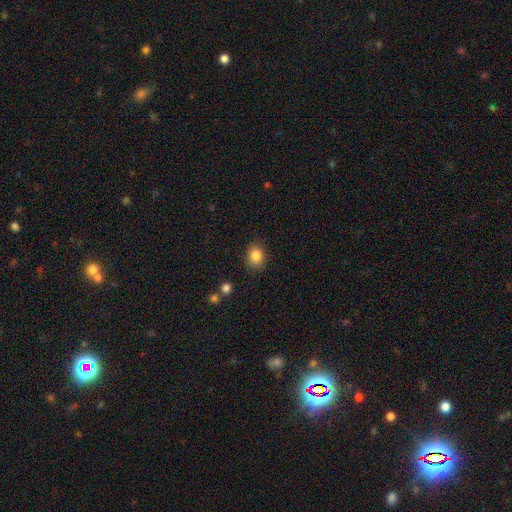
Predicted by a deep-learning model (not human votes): Overall: smooth (86%). How rounded: round (50%, tied with in between). Merging: none (85%).